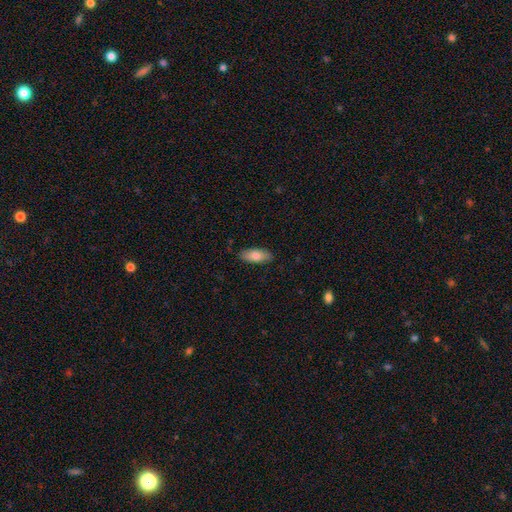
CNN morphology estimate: A smooth galaxy with no disk features (78%) that is in between round and cigar-shaped (81%).

Vote fractions:
- Smooth or featured? smooth: 78% / featured or disk: 16% / star or artifact: 6%
- How rounded? in between: 81% / cigar-shaped: 17% / round: 2%
- Merging? none: 87% / minor disturbance: 10% / major disturbance: 2% / merger: 1%